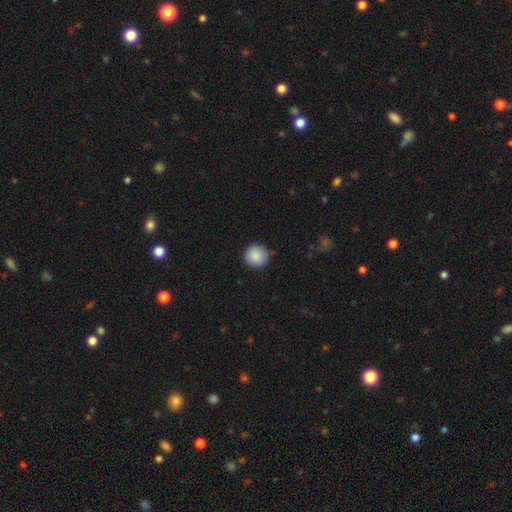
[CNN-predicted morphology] Smooth or featured?
  - smooth: 89% *
  - star or artifact: 8%
  - featured or disk: 4%
How rounded?
  - round: 95% *
  - in between: 5%
  - cigar-shaped: 1%
Merging?
  - none: 88% *
  - minor disturbance: 9%
  - major disturbance: 2%
  - merger: 1%